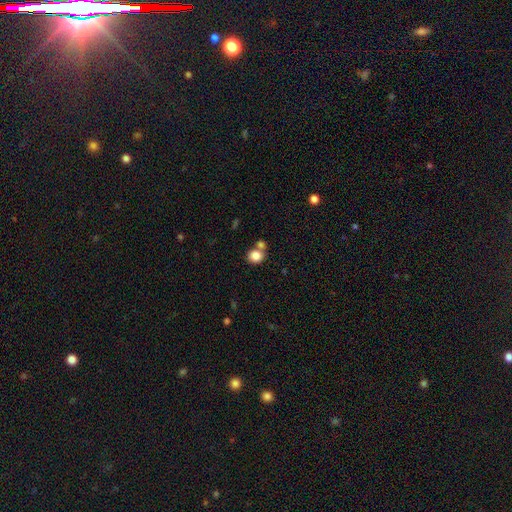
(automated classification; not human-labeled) Overall: smooth (84%). How rounded: round (77%). Merging: none (56%; merger 31%).